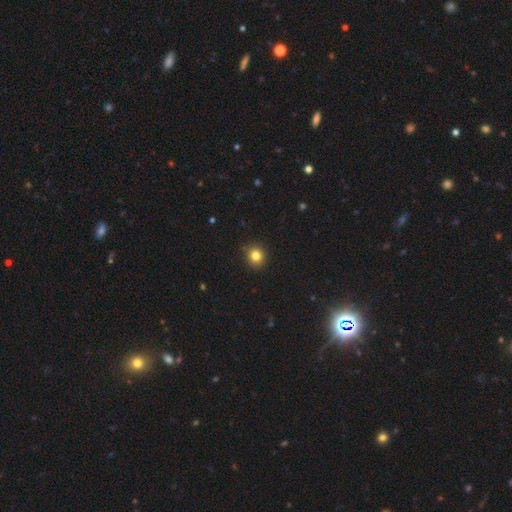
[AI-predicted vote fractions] This is clearly a smooth galaxy (82%). How rounded: clearly round (89%). Merging: clearly none (91%).